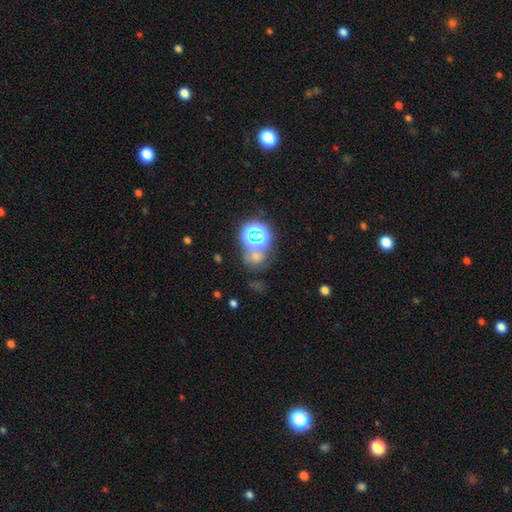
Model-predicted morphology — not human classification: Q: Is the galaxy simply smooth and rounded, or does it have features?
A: star or artifact — 64%.